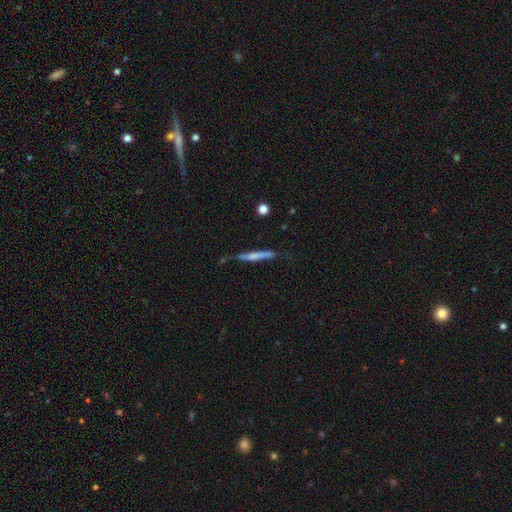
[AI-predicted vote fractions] Overall: smooth (49%; featured or disk 45%). Merging: none (64%).